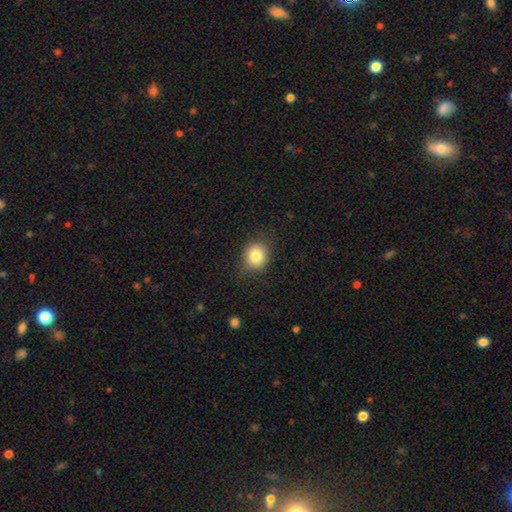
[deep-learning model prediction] smooth_or_featured: smooth (p=0.82) [alt: star or artifact p=0.10]
how_rounded: round (p=0.75) [alt: in between p=0.24]
merging: none (p=0.82) [alt: minor disturbance p=0.14]